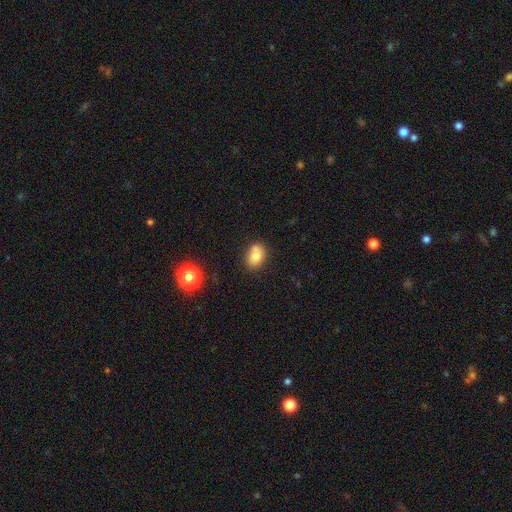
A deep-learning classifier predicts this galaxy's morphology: smooth_or_featured: smooth (p=0.75) [alt: featured or disk p=0.15]
how_rounded: in between (p=0.72) [alt: round p=0.27]
merging: none (p=0.57) [alt: merger p=0.21]